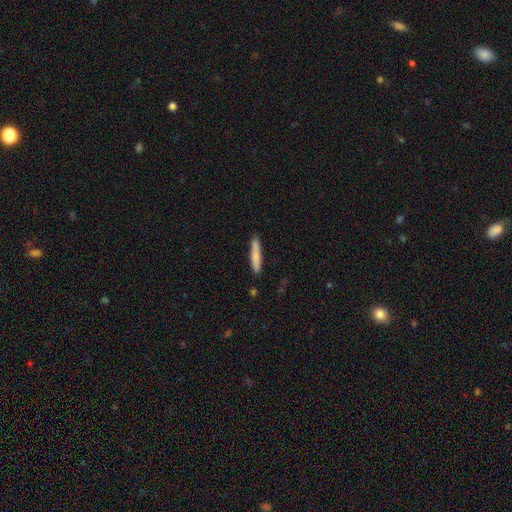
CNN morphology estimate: A smooth galaxy with no disk features (79%) that is cigar-shaped (91%).

Vote fractions:
- Smooth or featured? smooth: 79% / featured or disk: 15% / star or artifact: 6%
- How rounded? cigar-shaped: 91% / in between: 7% / round: 1%
- Merging? none: 86% / minor disturbance: 10% / major disturbance: 2% / merger: 2%